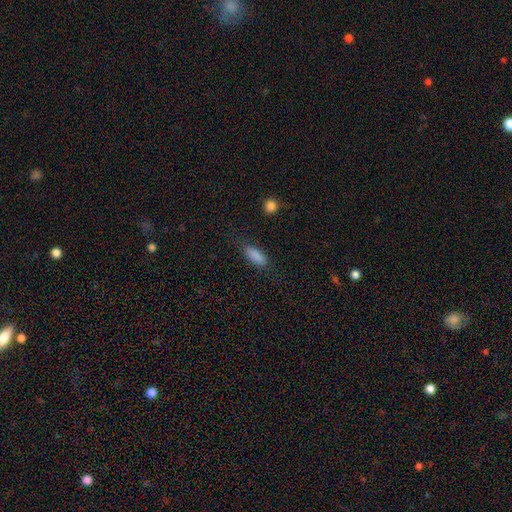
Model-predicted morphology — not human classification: type=smooth (87%); roundness=in between (76%); merging=none (76%).